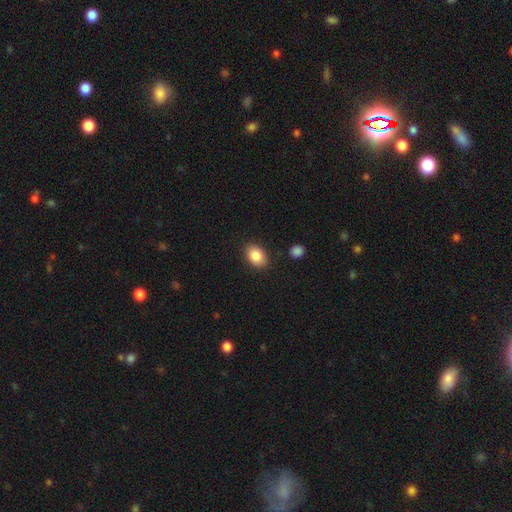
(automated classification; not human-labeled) This appears to be a smooth galaxy with no disk features (86%) that is in between round and cigar-shaped (80%). Merging: none (86%).